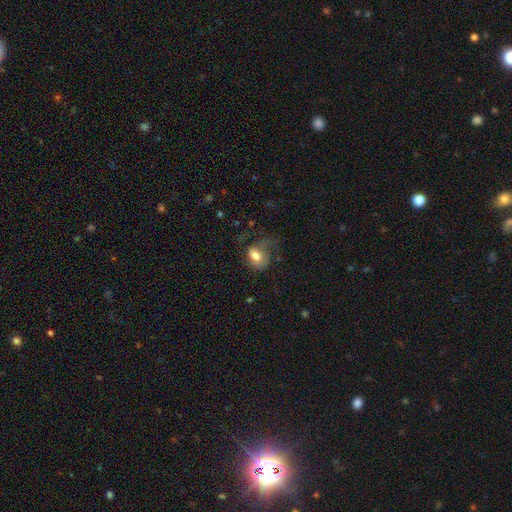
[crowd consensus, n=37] Smooth or featured? smooth (84%)
How rounded? in between (68%)
Merging? major disturbance (43%)